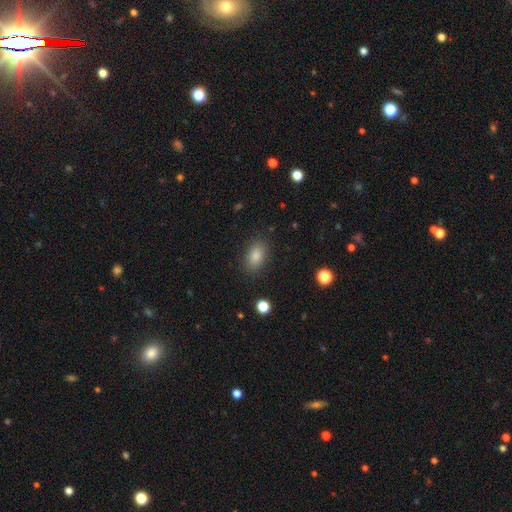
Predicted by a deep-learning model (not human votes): Smooth or featured?
  - smooth: 86% *
  - star or artifact: 9%
  - featured or disk: 5%
How rounded?
  - in between: 88% *
  - round: 9%
  - cigar-shaped: 2%
Merging?
  - none: 86% *
  - minor disturbance: 10%
  - major disturbance: 3%
  - merger: 1%